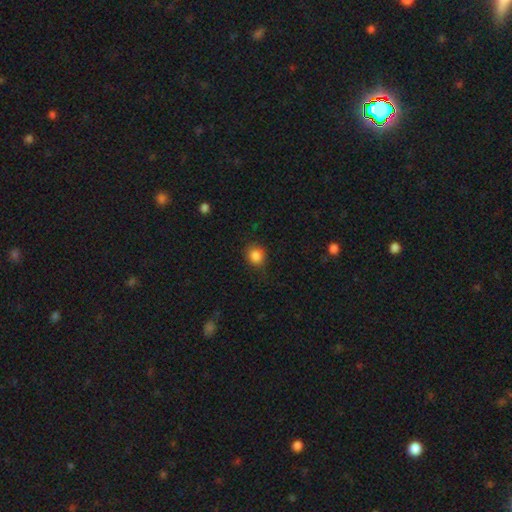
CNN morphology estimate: Smooth or featured?
  - smooth: 85% *
  - star or artifact: 10%
  - featured or disk: 4%
How rounded?
  - round: 80% *
  - in between: 19%
  - cigar-shaped: 1%
Merging?
  - none: 76% *
  - minor disturbance: 18%
  - major disturbance: 5%
  - merger: 1%